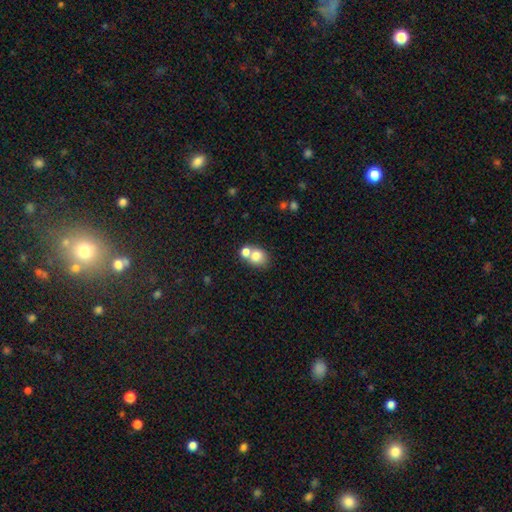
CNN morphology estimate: This is likely a smooth galaxy (77%). How rounded: possibly round (59%). Merging: possibly merger (48%).